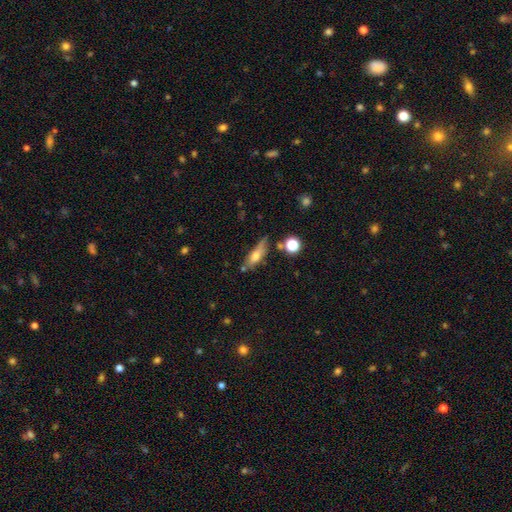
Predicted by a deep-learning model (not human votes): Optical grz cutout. It shows a smooth galaxy with no disk features (63%) that is in between round and cigar-shaped (50%). Merging: none (53%).